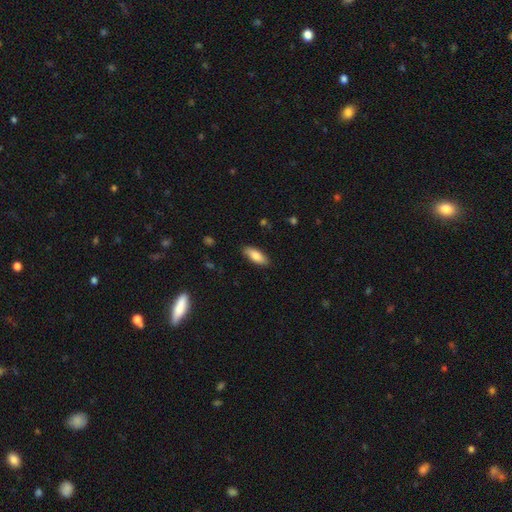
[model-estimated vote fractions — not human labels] Smooth or featured? Predicted: smooth (p=0.81). How rounded? Predicted: in between (p=0.69). Merging? Predicted: none (p=0.88).